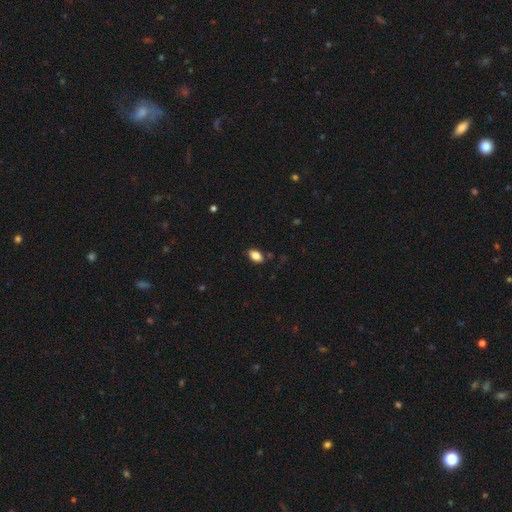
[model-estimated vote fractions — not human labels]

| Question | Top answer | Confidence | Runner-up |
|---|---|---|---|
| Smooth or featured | smooth | 84% | star or artifact (9%) |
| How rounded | in between | 91% | round (7%) |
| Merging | none | 84% | minor disturbance (11%) |